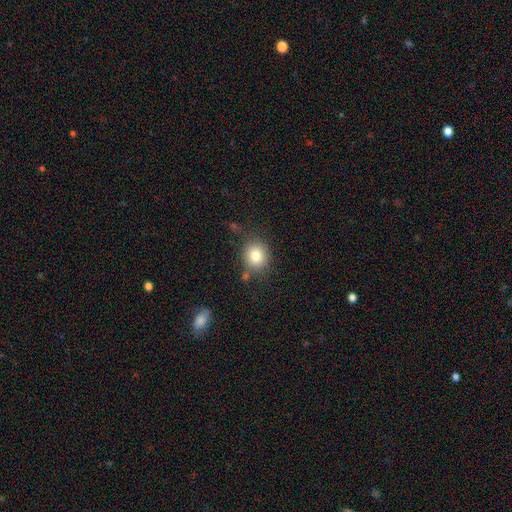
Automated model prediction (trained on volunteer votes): Morphology: type=smooth (81%); roundness=round (76%); merging=none (76%).